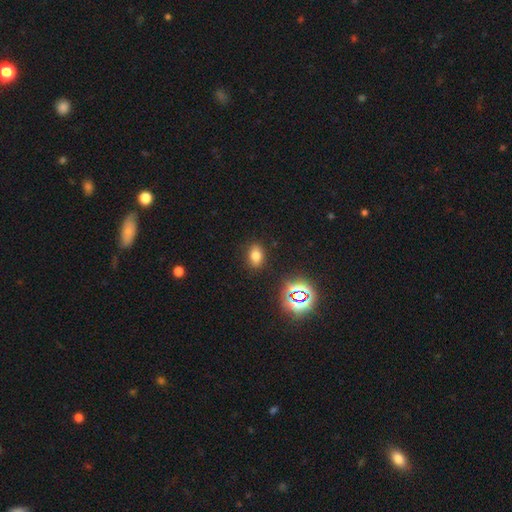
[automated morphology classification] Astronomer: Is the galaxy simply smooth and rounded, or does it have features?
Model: smooth — 71%.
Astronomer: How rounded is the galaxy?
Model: in between — 78%.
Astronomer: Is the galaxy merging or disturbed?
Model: none — 86%.